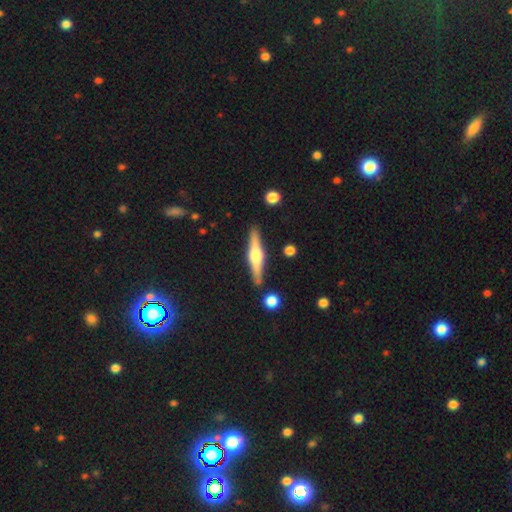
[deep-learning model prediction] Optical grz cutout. It shows a featured or disk galaxy (68%) viewed edge-on (97%) with a rounded central bulge (93%). Merging: none (87%).